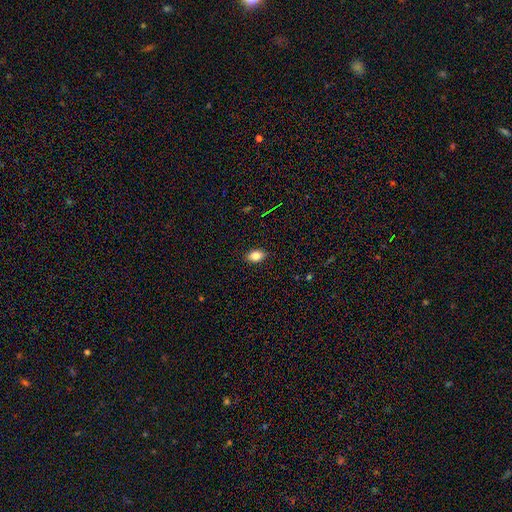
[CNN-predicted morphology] smooth_or_featured: smooth (p=0.82) [alt: star or artifact p=0.09]
how_rounded: in between (p=0.84) [alt: round p=0.14]
merging: none (p=0.88) [alt: minor disturbance p=0.09]